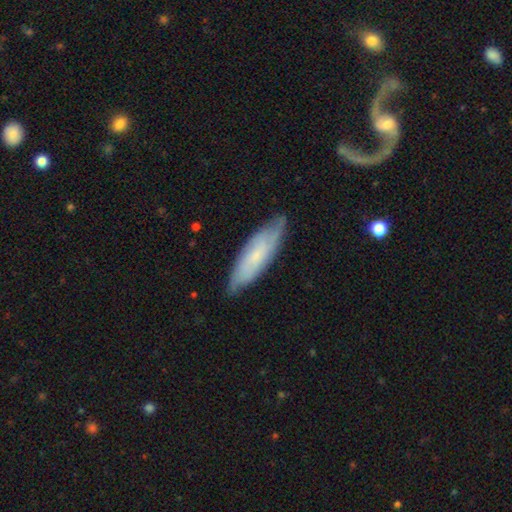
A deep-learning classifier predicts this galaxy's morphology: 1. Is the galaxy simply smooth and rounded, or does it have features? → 48% smooth, 45% featured or disk, 7% star or artifact.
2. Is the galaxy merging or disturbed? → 77% none, 19% minor disturbance, 4% major disturbance, 1% merger.